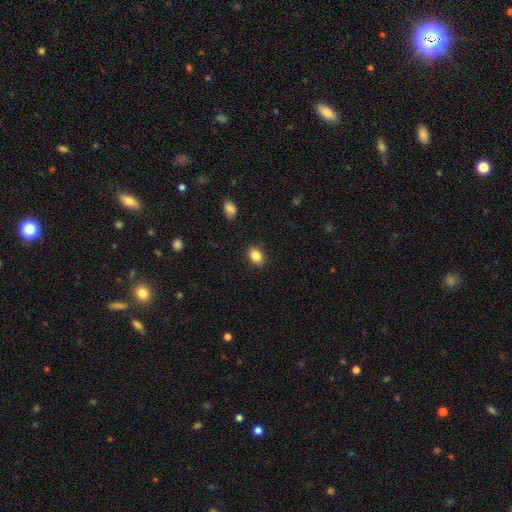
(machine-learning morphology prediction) smooth 85%, star or artifact 9%, featured or disk 6%. Down the decision tree: how rounded — in between (74%); merging — none (87%).